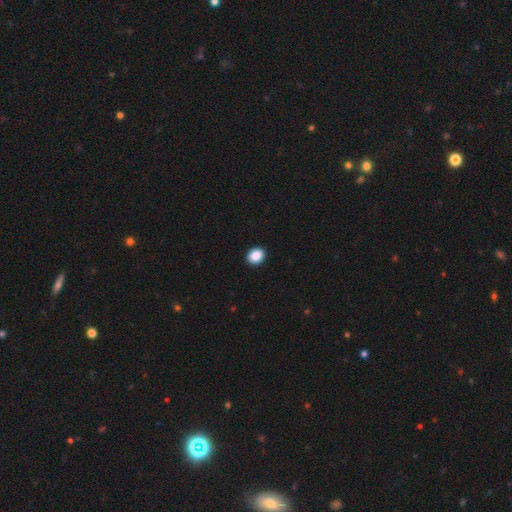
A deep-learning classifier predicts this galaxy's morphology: Smooth or featured? smooth (89%)
How rounded? round (58%)
Merging? none (92%)